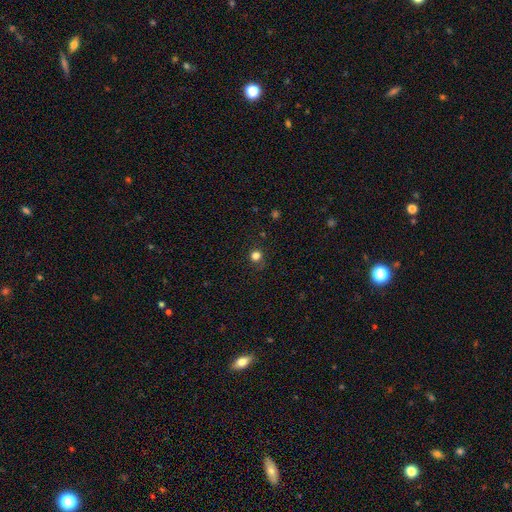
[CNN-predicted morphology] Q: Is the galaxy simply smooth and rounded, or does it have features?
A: smooth — 80%.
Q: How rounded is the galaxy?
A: round — 92%.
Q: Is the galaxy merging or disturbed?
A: none — 84%.